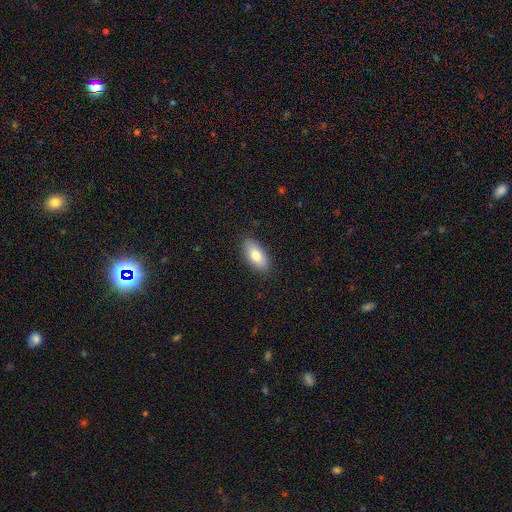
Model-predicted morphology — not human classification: This is likely a smooth galaxy (78%). How rounded: clearly in between (89%). Merging: clearly none (87%).